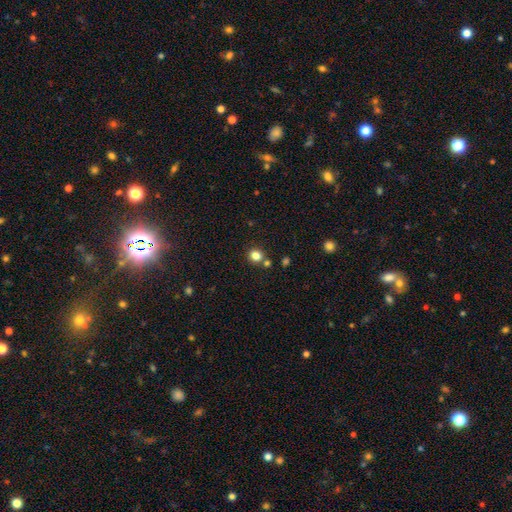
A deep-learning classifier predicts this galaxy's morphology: Overall: smooth (82%). How rounded: round (82%). Merging: none (75%).